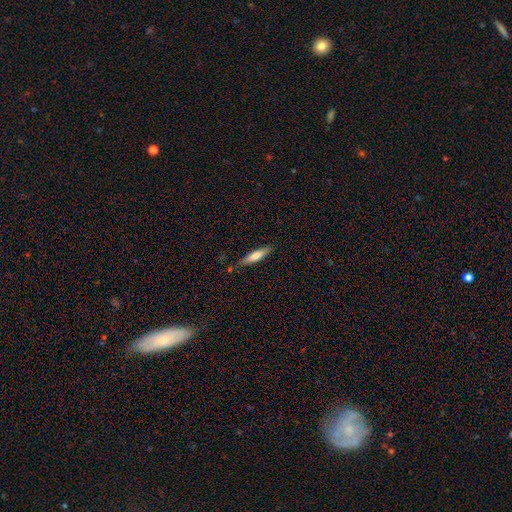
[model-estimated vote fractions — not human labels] A smooth galaxy with no disk features (67%) that is cigar-shaped (77%).

Vote fractions:
- Smooth or featured? smooth: 67% / featured or disk: 27% / star or artifact: 6%
- How rounded? cigar-shaped: 77% / in between: 21% / round: 1%
- Merging? none: 78% / minor disturbance: 16% / major disturbance: 3% / merger: 3%